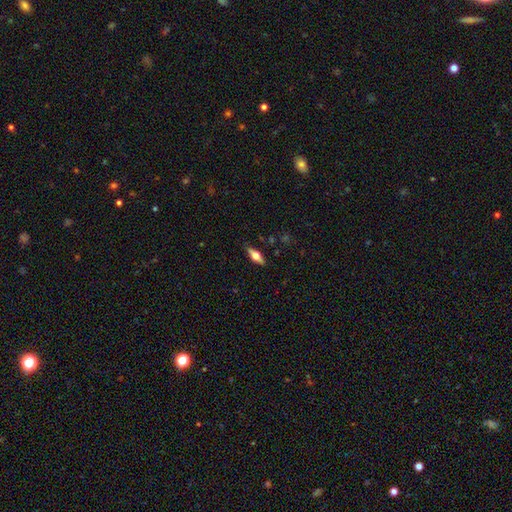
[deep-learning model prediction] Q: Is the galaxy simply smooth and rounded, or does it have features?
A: featured or disk — 50%.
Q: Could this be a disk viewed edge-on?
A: yes — 91%.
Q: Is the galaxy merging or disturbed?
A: none — 87%.